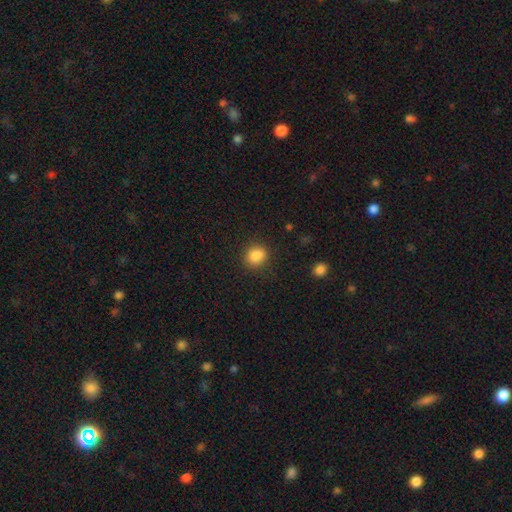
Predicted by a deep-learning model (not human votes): A smooth galaxy with no disk features (85%) that is round (66%). Merging: none (80%).